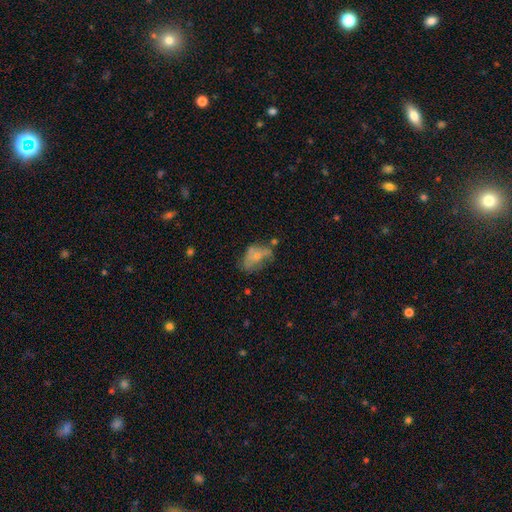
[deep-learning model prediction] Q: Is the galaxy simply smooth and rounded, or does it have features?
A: smooth — 49%.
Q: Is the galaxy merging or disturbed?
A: major disturbance — 31%.